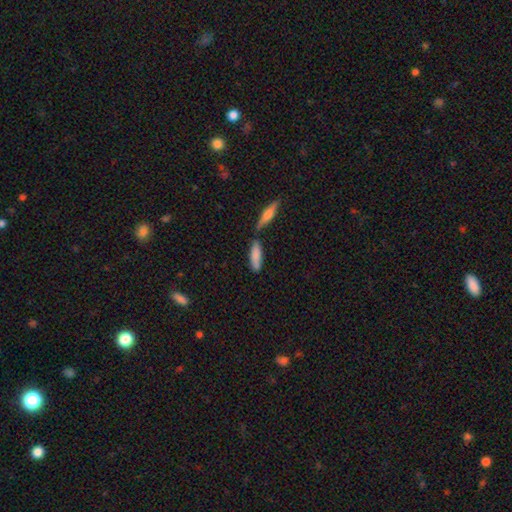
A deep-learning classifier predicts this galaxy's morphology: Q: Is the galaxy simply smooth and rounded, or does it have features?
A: smooth — 82%.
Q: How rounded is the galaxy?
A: cigar-shaped — 56%.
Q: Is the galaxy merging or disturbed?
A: none — 64%.